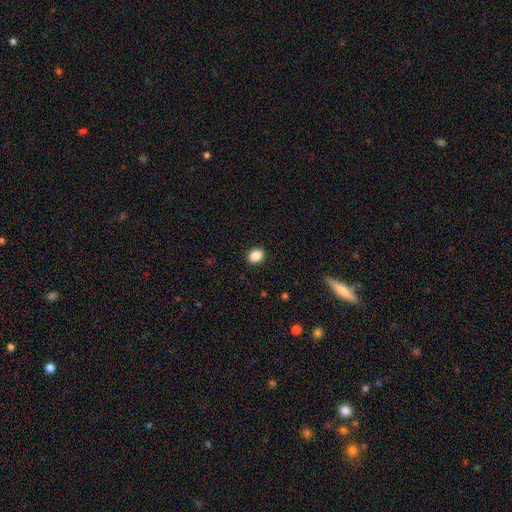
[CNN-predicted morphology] The model was most divided on "how rounded": in between: 65%, round: 34%, cigar-shaped: 1%. More confident: merging — none (91%); smooth or featured — smooth (88%).